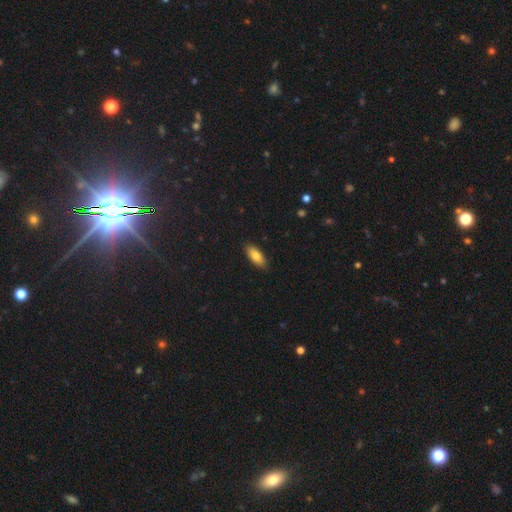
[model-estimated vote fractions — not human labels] The model was most divided on "how rounded": in between: 81%, cigar-shaped: 17%, round: 2%. More confident: merging — none (88%); smooth or featured — smooth (81%).